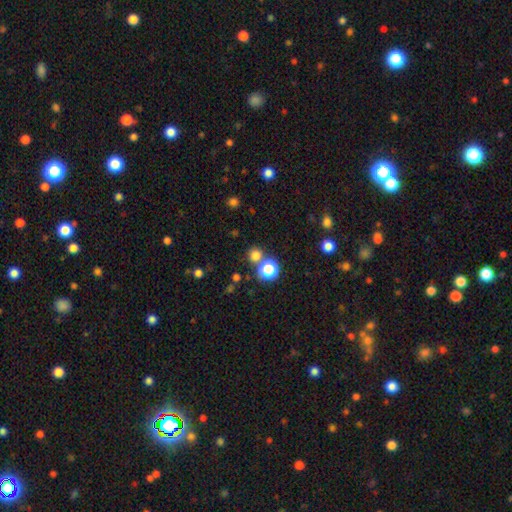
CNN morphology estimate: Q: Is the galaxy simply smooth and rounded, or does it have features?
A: smooth — 72%.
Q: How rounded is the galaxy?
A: round — 90%.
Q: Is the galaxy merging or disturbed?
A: none — 74%.